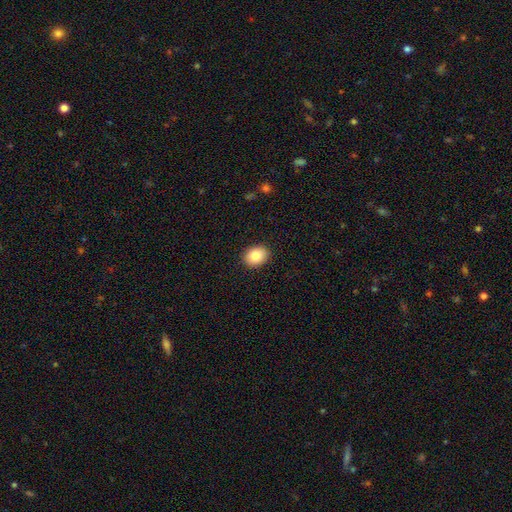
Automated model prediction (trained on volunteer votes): smooth-or-featured: smooth: 88% | star or artifact: 8% | featured or disk: 5%
  how-rounded: in between: 63% | round: 36% | cigar-shaped: 1%
  merging: none: 90% | minor disturbance: 7% | major disturbance: 2% | merger: 1%